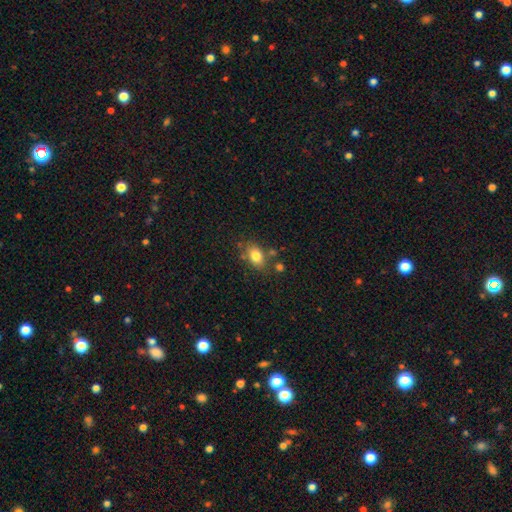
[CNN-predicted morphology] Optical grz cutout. It shows a smooth galaxy with no disk features (79%) that is in between round and cigar-shaped (75%). Merging: none (69%).